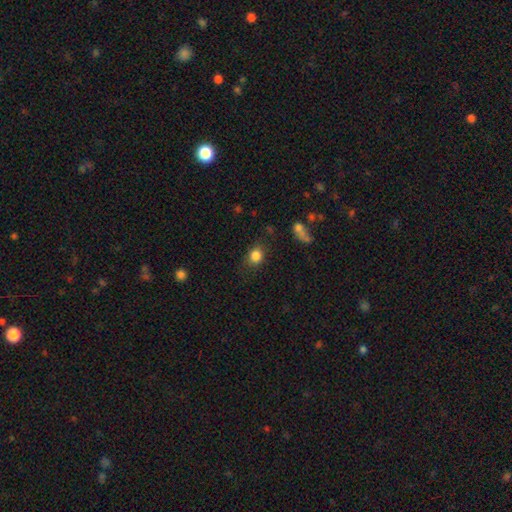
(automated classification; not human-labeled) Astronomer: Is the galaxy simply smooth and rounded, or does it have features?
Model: smooth — 84%.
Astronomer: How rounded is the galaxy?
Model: round — 69%.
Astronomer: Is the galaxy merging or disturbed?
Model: none — 78%.